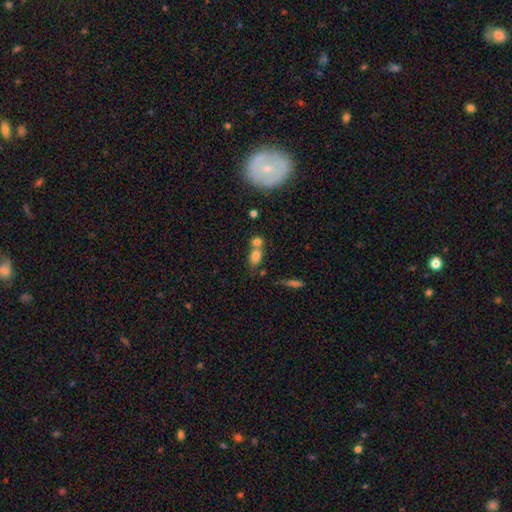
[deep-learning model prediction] Q: Smooth or featured?
A: smooth (77%); runner-up: featured or disk (12%)
Q: How rounded?
A: in between (68%); runner-up: round (28%)
Q: Merging?
A: merger (53%); runner-up: none (35%)